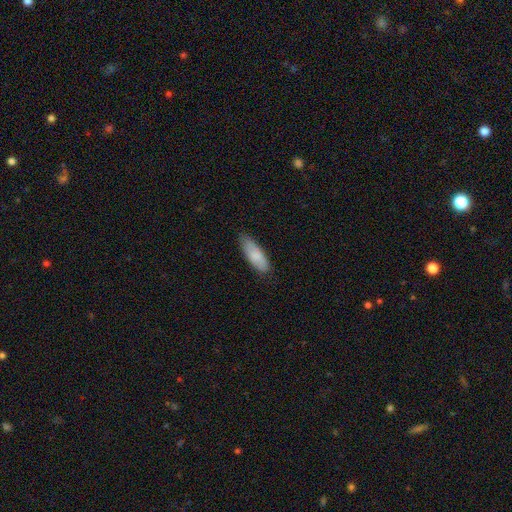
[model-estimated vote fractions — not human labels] Smooth or featured: smooth — 84% (featured or disk — 11%)
How rounded: in between — 67% (cigar-shaped — 32%)
Merging: none — 77% (minor disturbance — 19%)